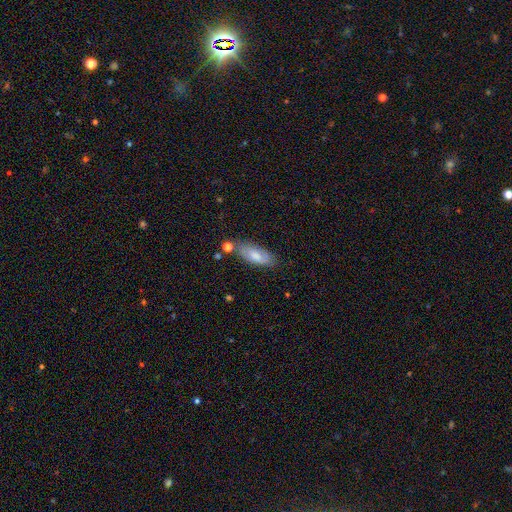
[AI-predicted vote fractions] smooth 73%, featured or disk 20%, star or artifact 7%. Down the decision tree: how rounded — in between (73%); merging — none (69%).